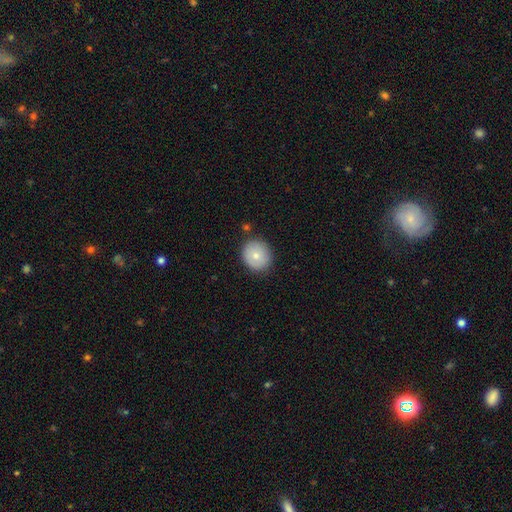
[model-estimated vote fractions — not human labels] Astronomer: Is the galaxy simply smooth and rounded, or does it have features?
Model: smooth — 73%.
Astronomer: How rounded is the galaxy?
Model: round — 84%.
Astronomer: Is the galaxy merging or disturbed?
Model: none — 83%.